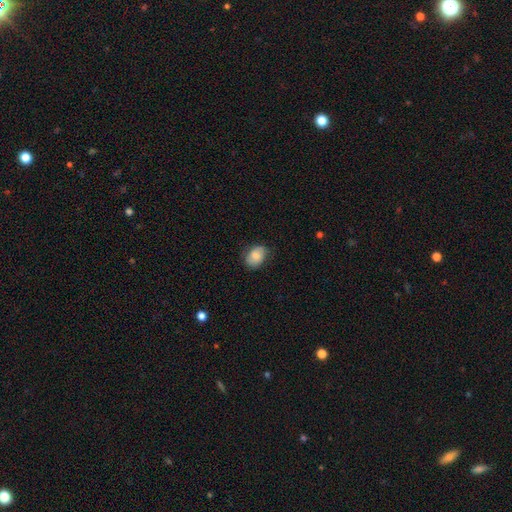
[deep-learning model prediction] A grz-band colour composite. It shows a smooth galaxy with no disk features (77%) that is in between round and cigar-shaped (67%). Merging: none (72%).